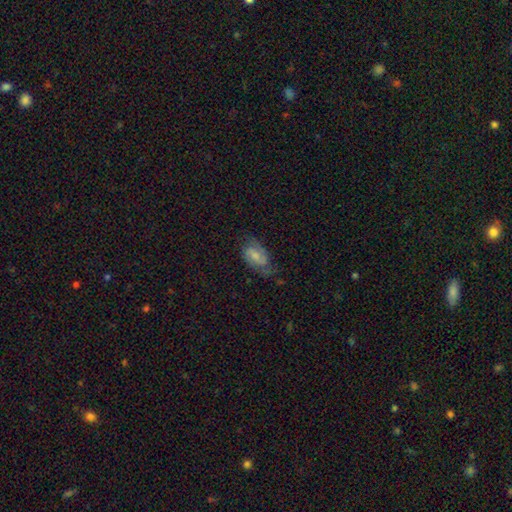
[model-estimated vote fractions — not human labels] Smooth or featured? Predicted: featured or disk (p=0.58). Edge-on disk? Predicted: no (p=0.96). Bar? Predicted: weak (p=0.49). Spiral arms? Predicted: yes (p=0.89). Bulge size? Predicted: small (p=0.37). Merging? Predicted: none (p=0.62).